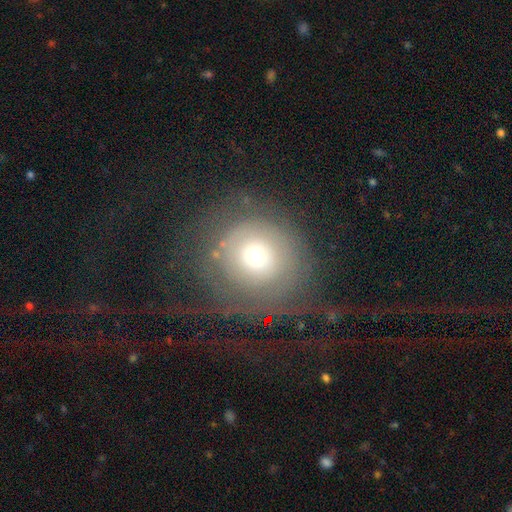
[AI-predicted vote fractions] Smooth or featured: smooth — 45% (featured or disk — 42%)
Merging: none — 55% (major disturbance — 27%)